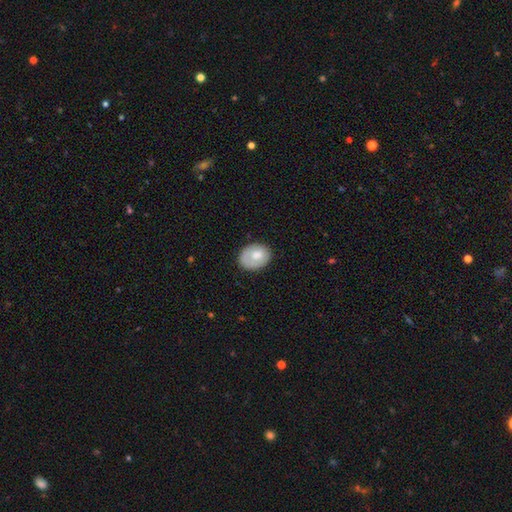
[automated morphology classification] The model was most divided on "how rounded": in between: 63%, round: 37%, cigar-shaped: 1%. More confident: merging — none (72%); smooth or featured — smooth (69%).